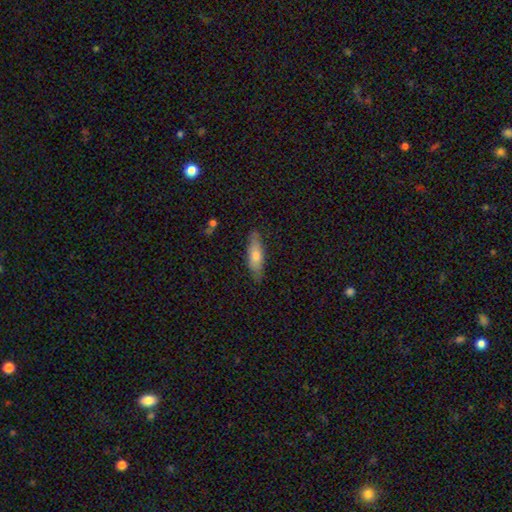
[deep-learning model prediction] A smooth galaxy with no disk features (64%) that is cigar-shaped (55%). Merging: none (83%).